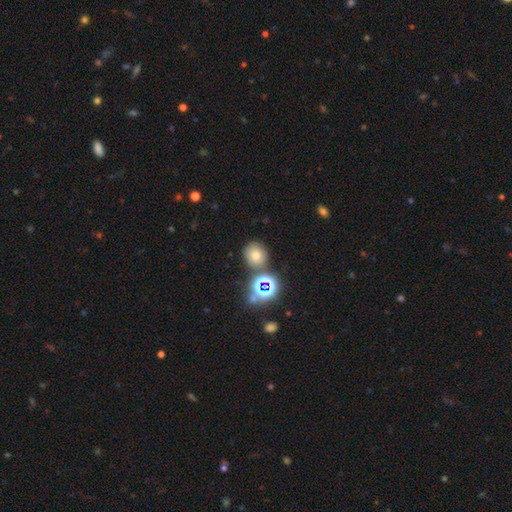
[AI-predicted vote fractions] Smooth or featured?
  - smooth: 64% *
  - star or artifact: 27%
  - featured or disk: 9%
How rounded?
  - round: 84% *
  - in between: 15%
  - cigar-shaped: 1%
Merging?
  - none: 77% *
  - minor disturbance: 10%
  - merger: 9%
  - major disturbance: 3%